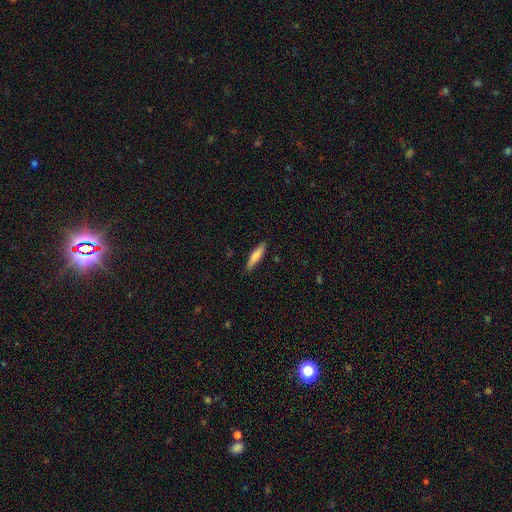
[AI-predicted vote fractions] Morphology: type=smooth (76%); roundness=cigar-shaped (81%); merging=none (87%).